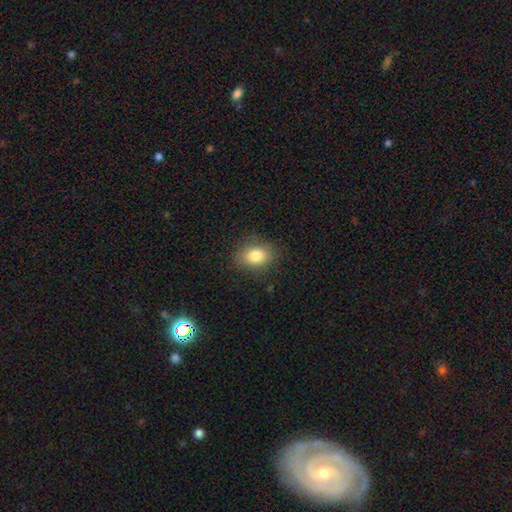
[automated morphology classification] Q: Smooth or featured?
A: smooth (81%); runner-up: star or artifact (11%)
Q: How rounded?
A: in between (55%); runner-up: round (44%)
Q: Merging?
A: none (85%); runner-up: minor disturbance (11%)